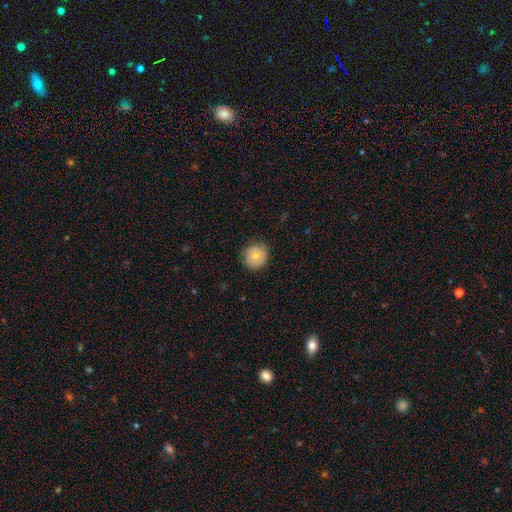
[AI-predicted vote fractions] The model was most divided on "smooth or featured": smooth: 74%, featured or disk: 18%, star or artifact: 8%. More confident: how rounded — round (89%); merging — none (82%).